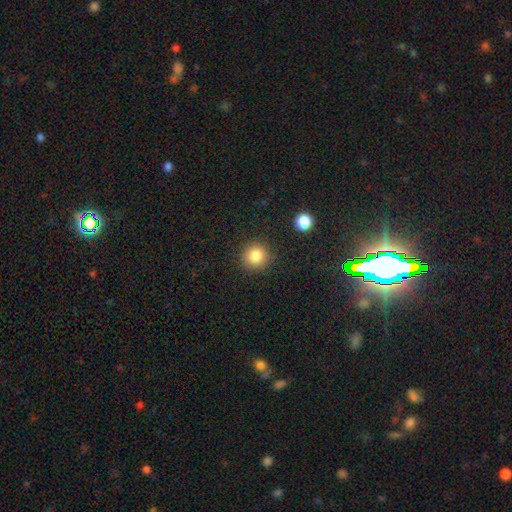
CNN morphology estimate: smooth-or-featured: smooth: 84% | star or artifact: 11% | featured or disk: 5%
  how-rounded: round: 91% | in between: 8% | cigar-shaped: 1%
  merging: none: 87% | minor disturbance: 8% | major disturbance: 3% | merger: 2%